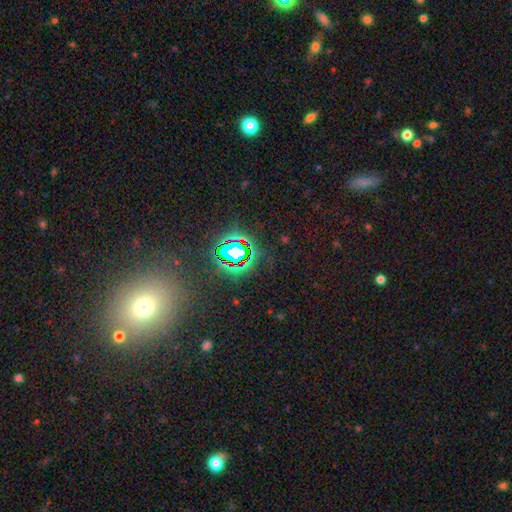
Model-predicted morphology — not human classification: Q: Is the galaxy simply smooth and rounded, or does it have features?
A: star or artifact — 73%.